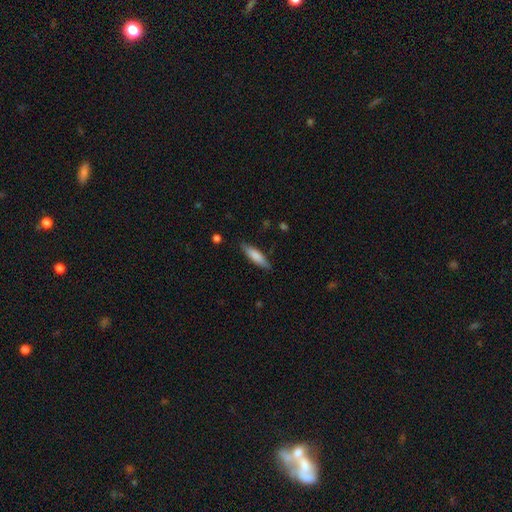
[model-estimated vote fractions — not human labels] Smooth or featured? smooth (78%)
How rounded? cigar-shaped (67%)
Merging? none (85%)